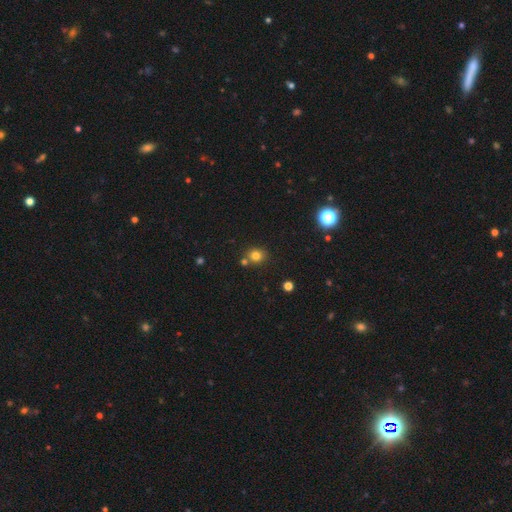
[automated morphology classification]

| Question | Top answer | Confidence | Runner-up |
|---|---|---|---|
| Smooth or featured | smooth | 78% | star or artifact (15%) |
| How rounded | round | 77% | in between (22%) |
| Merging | none | 70% | merger (18%) |